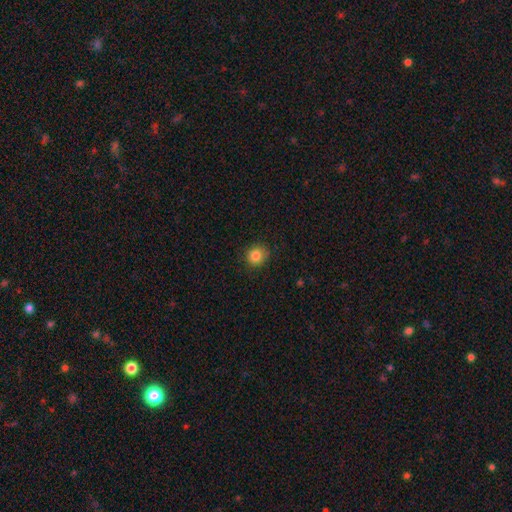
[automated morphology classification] Smooth or featured: smooth — 84% (star or artifact — 10%)
How rounded: round — 85% (in between — 14%)
Merging: none — 83% (minor disturbance — 13%)